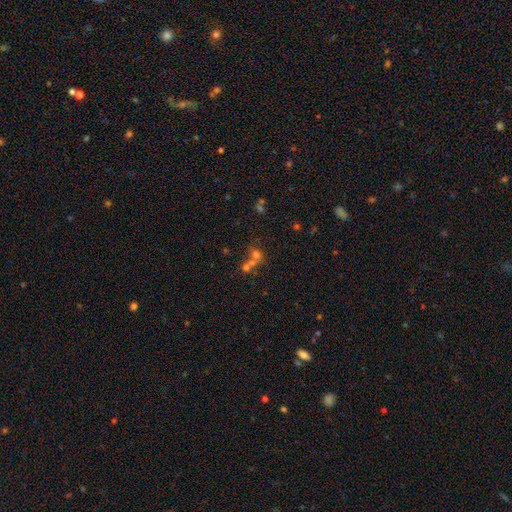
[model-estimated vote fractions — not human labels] smooth 47%, star or artifact 34%, featured or disk 19%. Down the decision tree: merging — merger (50%).